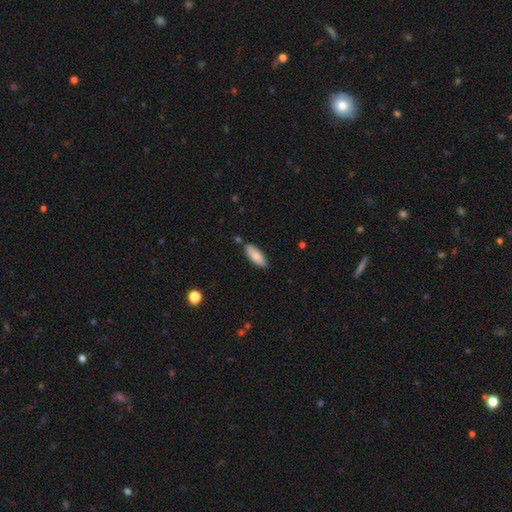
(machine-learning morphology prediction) Smooth or featured? smooth (79%)
How rounded? in between (72%)
Merging? none (78%)